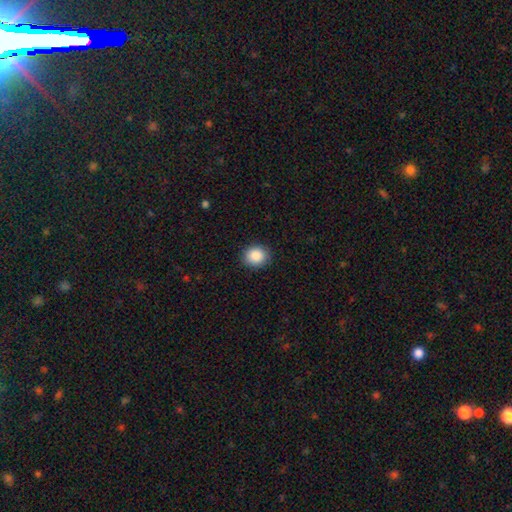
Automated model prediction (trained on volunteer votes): smooth_or_featured: smooth (p=0.88) [alt: star or artifact p=0.08]
how_rounded: round (p=0.76) [alt: in between p=0.23]
merging: none (p=0.88) [alt: minor disturbance p=0.08]